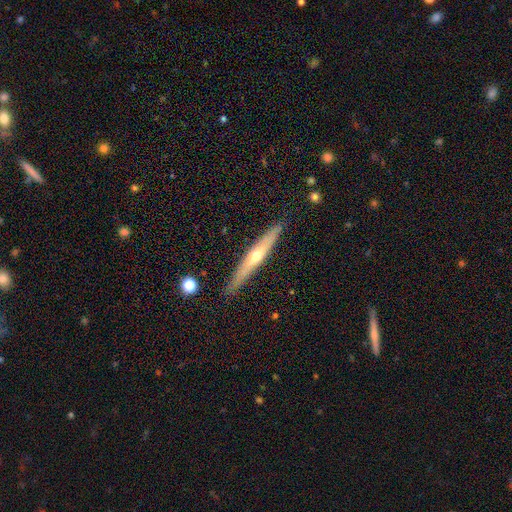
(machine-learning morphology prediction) Smooth or featured?
  - featured or disk: 61% *
  - smooth: 32%
  - star or artifact: 6%
Edge-on disk?
  - yes: 92% *
  - no: 8%
Edge-on bulge?
  - rounded: 80% *
  - none: 18%
  - boxy: 2%
Merging?
  - none: 88% *
  - minor disturbance: 9%
  - major disturbance: 2%
  - merger: 1%